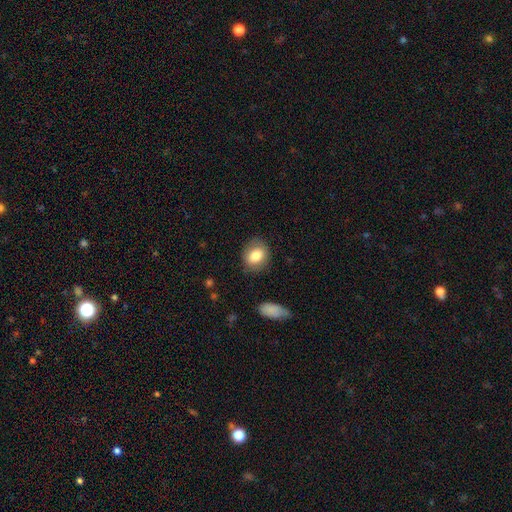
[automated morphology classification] This is likely a smooth galaxy (79%). How rounded: possibly in between (51%). Merging: clearly none (81%).